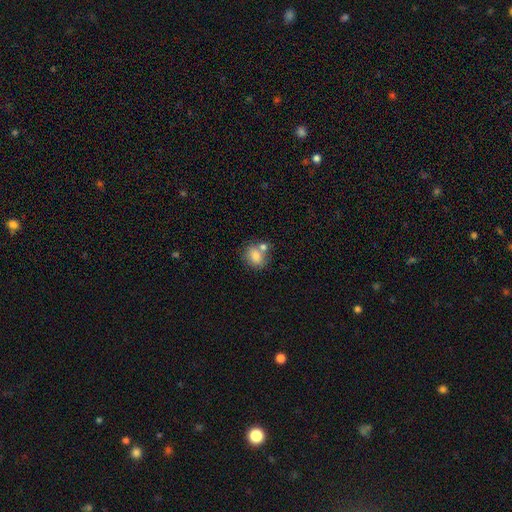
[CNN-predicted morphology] This appears to be a smooth galaxy with no disk features (78%) that is round (51%). Merging: none (49%).